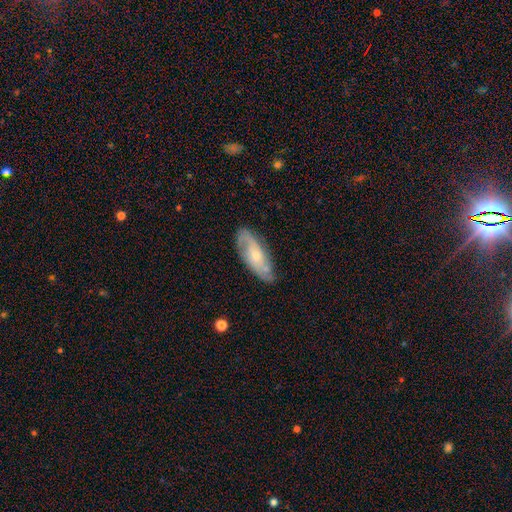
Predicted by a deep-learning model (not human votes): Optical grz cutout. It shows a featured or disk galaxy (66%) with no bar (67%), 2 (66%) medium (43%) spiral arms (88%) and a small central bulge (59%). Merging: none (73%).